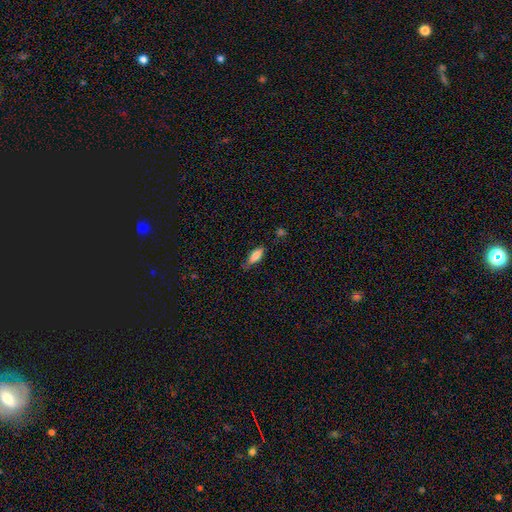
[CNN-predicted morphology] Q: Smooth or featured?
A: smooth (80%); runner-up: featured or disk (13%)
Q: How rounded?
A: in between (68%); runner-up: cigar-shaped (30%)
Q: Merging?
A: none (66%); runner-up: minor disturbance (26%)